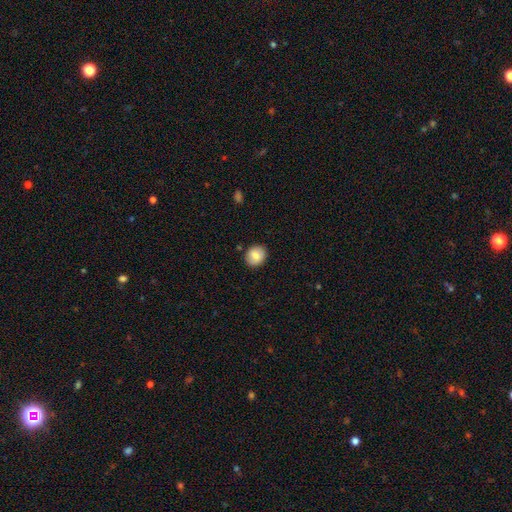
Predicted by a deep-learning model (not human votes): Smooth or featured?
  - smooth: 80% *
  - featured or disk: 12%
  - star or artifact: 8%
How rounded?
  - round: 68% *
  - in between: 31%
  - cigar-shaped: 1%
Merging?
  - none: 87% *
  - minor disturbance: 9%
  - major disturbance: 2%
  - merger: 2%